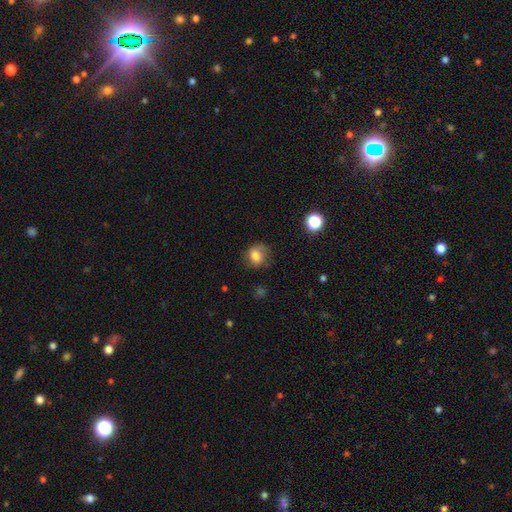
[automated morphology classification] Smooth or featured: smooth — 72% (featured or disk — 18%)
How rounded: round — 71% (in between — 28%)
Merging: none — 67% (minor disturbance — 22%)